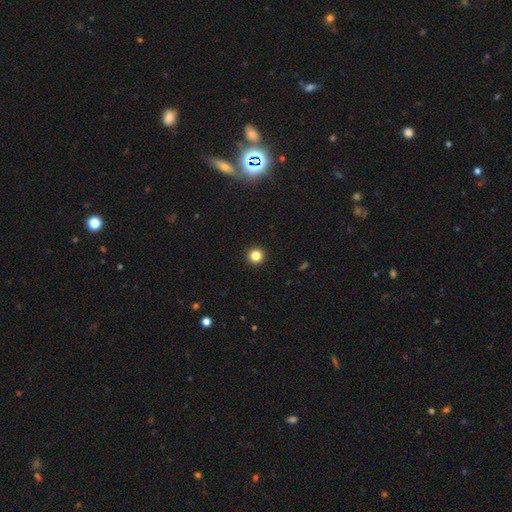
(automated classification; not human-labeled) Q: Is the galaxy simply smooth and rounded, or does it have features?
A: smooth — 84%.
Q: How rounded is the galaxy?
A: round — 95%.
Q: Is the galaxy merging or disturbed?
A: none — 94%.